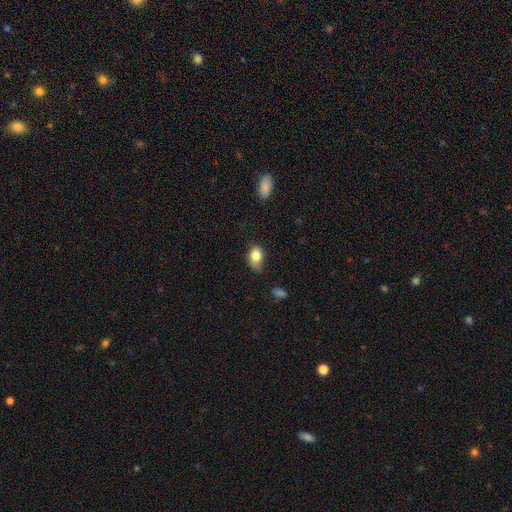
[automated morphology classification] smooth-or-featured: smooth: 81% | featured or disk: 10% | star or artifact: 9%
  how-rounded: in between: 80% | round: 19% | cigar-shaped: 1%
  merging: none: 54% | minor disturbance: 35% | major disturbance: 9% | merger: 2%